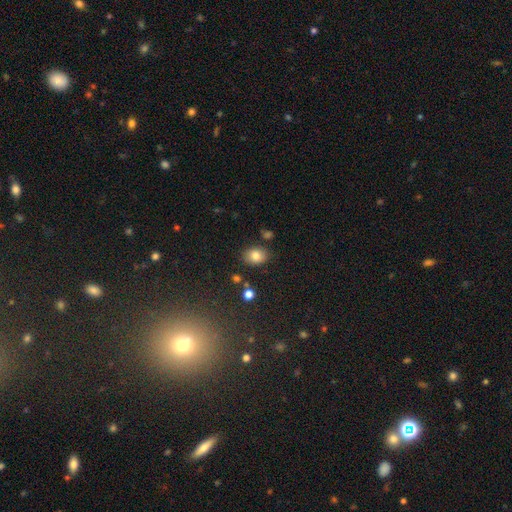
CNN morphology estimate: Smooth or featured: smooth — 81% (star or artifact — 10%)
How rounded: in between — 61% (round — 38%)
Merging: none — 83% (minor disturbance — 11%)